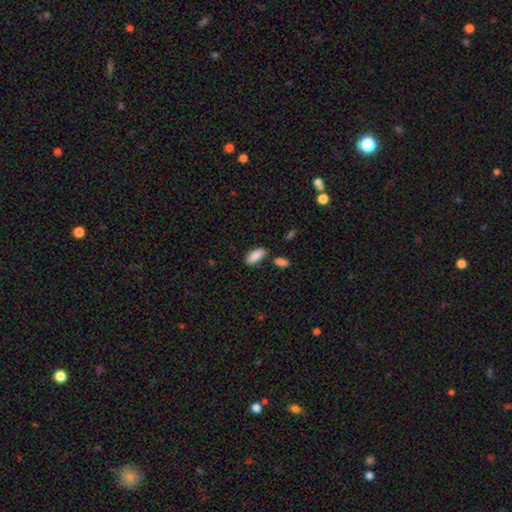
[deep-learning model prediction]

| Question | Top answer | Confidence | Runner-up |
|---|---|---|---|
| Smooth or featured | smooth | 88% | star or artifact (6%) |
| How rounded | in between | 84% | cigar-shaped (14%) |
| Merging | none | 76% | minor disturbance (13%) |